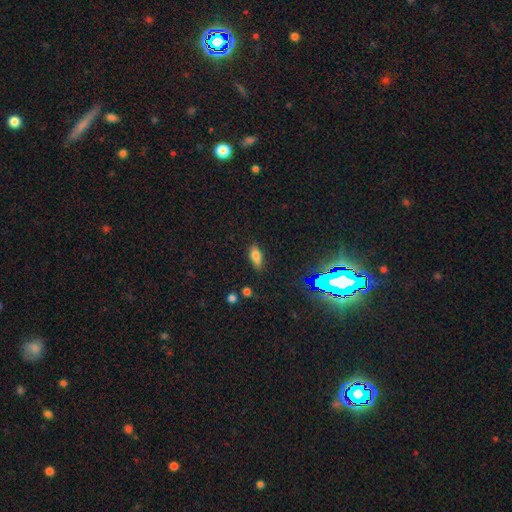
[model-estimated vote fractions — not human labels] Smooth or featured: smooth — 70% (featured or disk — 16%)
How rounded: in between — 78% (cigar-shaped — 17%)
Merging: none — 79% (minor disturbance — 16%)